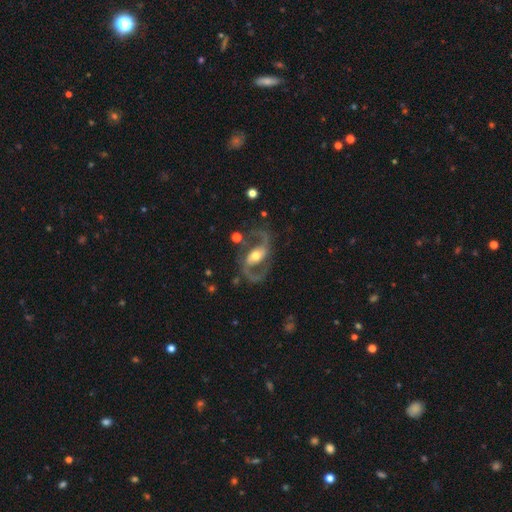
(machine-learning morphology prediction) Smooth or featured? featured or disk (91%)
Edge-on disk? no (97%)
Bar? weak (38%)
Spiral arms? yes (97%)
Spiral winding? medium (51%)
Spiral arm count? 2 (94%)
Bulge size? moderate (68%)
Merging? none (76%)